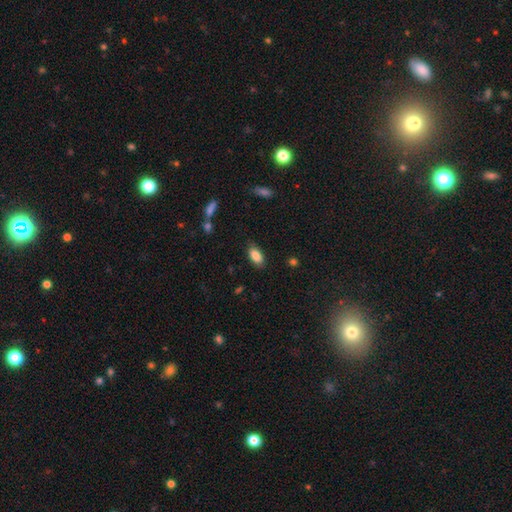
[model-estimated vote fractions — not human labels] Smooth or featured: smooth — 86% (star or artifact — 8%)
How rounded: in between — 91% (cigar-shaped — 5%)
Merging: none — 83% (minor disturbance — 13%)